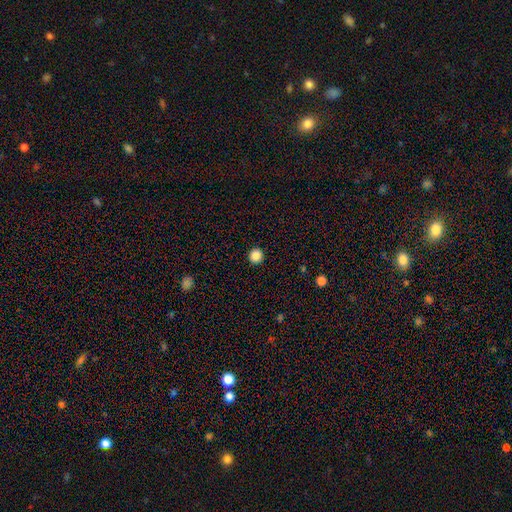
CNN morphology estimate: Q: Smooth or featured?
A: smooth (87%); runner-up: star or artifact (10%)
Q: How rounded?
A: round (94%); runner-up: in between (5%)
Q: Merging?
A: none (94%); runner-up: minor disturbance (4%)